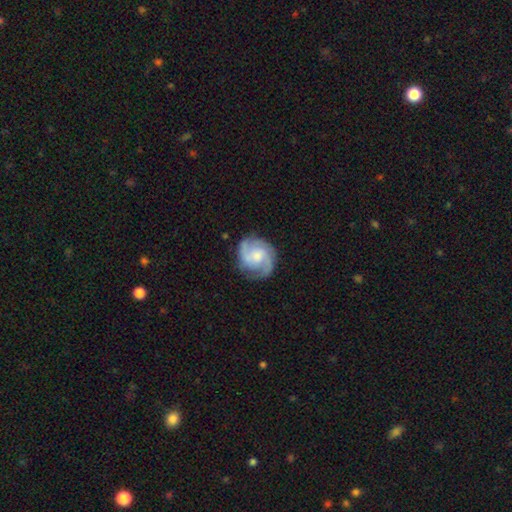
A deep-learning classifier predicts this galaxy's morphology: smooth-or-featured: featured or disk: 81% | smooth: 14% | star or artifact: 5%
  disk-edge-on: no: 98% | yes: 2%
    bar: no: 58% | weak: 36% | strong: 6%
    has-spiral-arms: yes: 96% | no: 4%
      spiral-winding: medium: 49% | tight: 35% | loose: 16%
      spiral-arm-count: 2: 45% | 3: 31% | can't tell: 12% | 1: 4% | 4: 4% | more than 4: 4%
    bulge-size: moderate: 48% | small: 33% | large: 9% | none: 8% | dominant: 1%
  merging: none: 76% | minor disturbance: 16% | major disturbance: 6% | merger: 1%